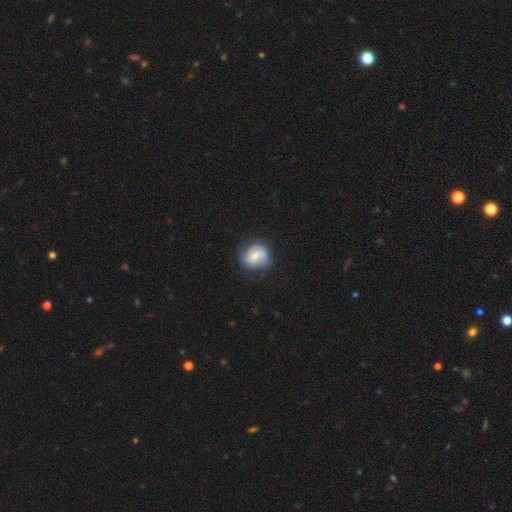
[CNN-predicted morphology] The model was most divided on "smooth or featured": smooth: 47%, featured or disk: 46%, star or artifact: 7%. More confident: merging — none (64%).